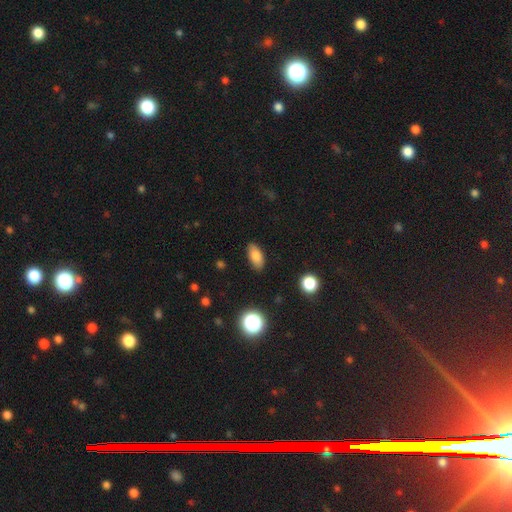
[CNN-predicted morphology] Smooth or featured? Predicted: smooth (p=0.81). How rounded? Predicted: in between (p=0.86). Merging? Predicted: none (p=0.87).